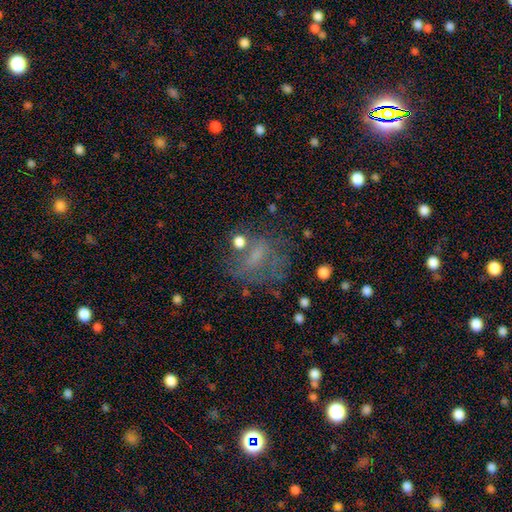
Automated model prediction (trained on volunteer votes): smooth_or_featured: featured or disk (p=0.39) [tied with: smooth p=0.39]
merging: none (p=0.47) [alt: major disturbance p=0.26]